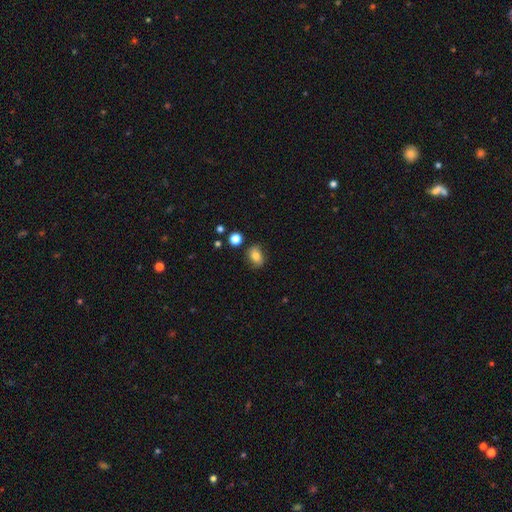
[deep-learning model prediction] A smooth galaxy with no disk features (76%) that is in between round and cigar-shaped (70%).

Vote fractions:
- Smooth or featured? smooth: 76% / featured or disk: 13% / star or artifact: 11%
- How rounded? in between: 70% / round: 28% / cigar-shaped: 2%
- Merging? none: 77% / minor disturbance: 16% / major disturbance: 4% / merger: 3%